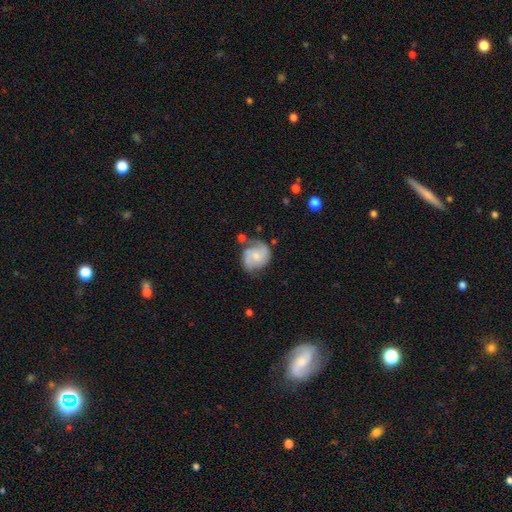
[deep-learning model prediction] Q: Smooth or featured?
A: featured or disk (68%); runner-up: smooth (25%)
Q: Edge-on disk?
A: no (98%); runner-up: yes (2%)
Q: Bar?
A: no (59%); runner-up: weak (35%)
Q: Spiral arms?
A: yes (91%); runner-up: no (9%)
Q: Spiral winding?
A: medium (49%); runner-up: tight (27%)
Q: Spiral arm count?
A: 2 (82%); runner-up: can't tell (9%)
Q: Bulge size?
A: small (48%); runner-up: moderate (38%)
Q: Merging?
A: none (58%); runner-up: minor disturbance (24%)